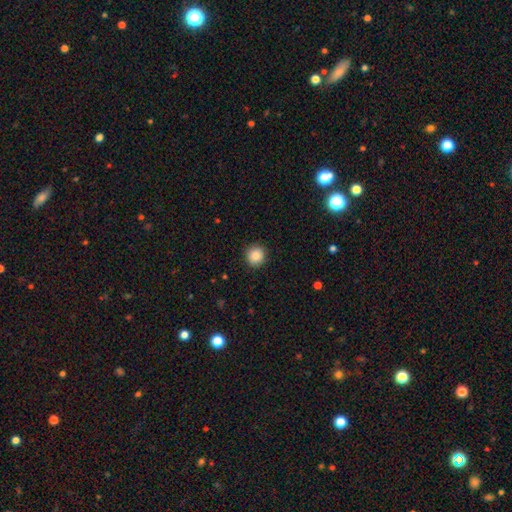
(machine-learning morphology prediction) The model was most divided on "smooth or featured": smooth: 87%, star or artifact: 9%, featured or disk: 4%. More confident: how rounded — round (93%); merging — none (91%).